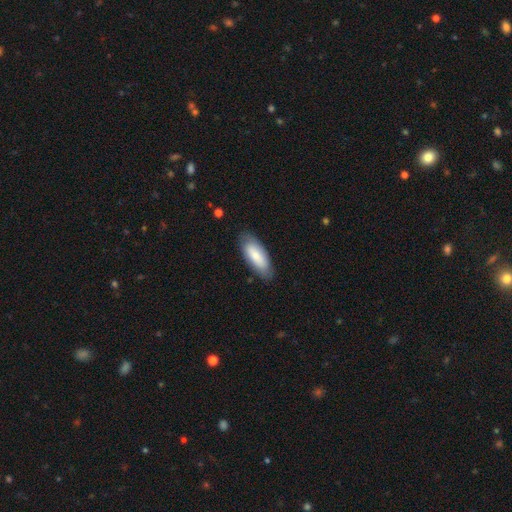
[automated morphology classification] Smooth or featured? smooth (73%)
How rounded? in between (79%)
Merging? none (82%)